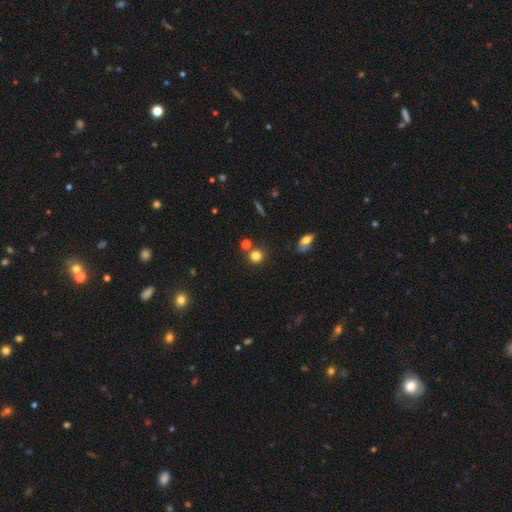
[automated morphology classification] Smooth or featured? smooth (80%)
How rounded? round (89%)
Merging? none (73%)